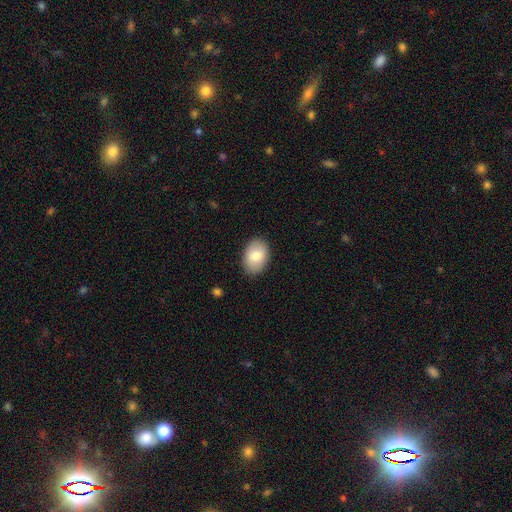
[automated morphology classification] Smooth or featured: smooth — 81% (featured or disk — 13%)
How rounded: in between — 84% (round — 15%)
Merging: none — 88% (minor disturbance — 9%)